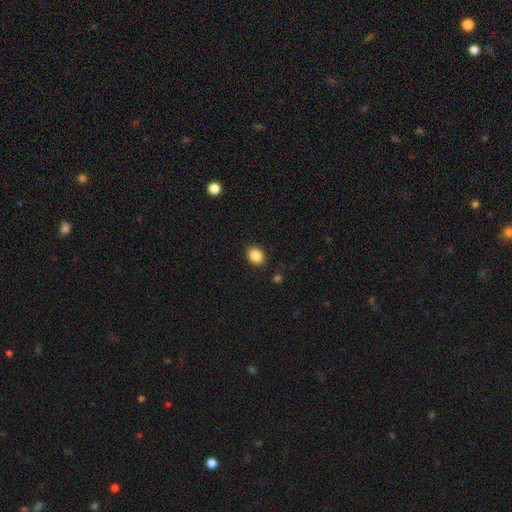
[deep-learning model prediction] Smooth or featured? smooth (87%)
How rounded? in between (53%)
Merging? none (89%)